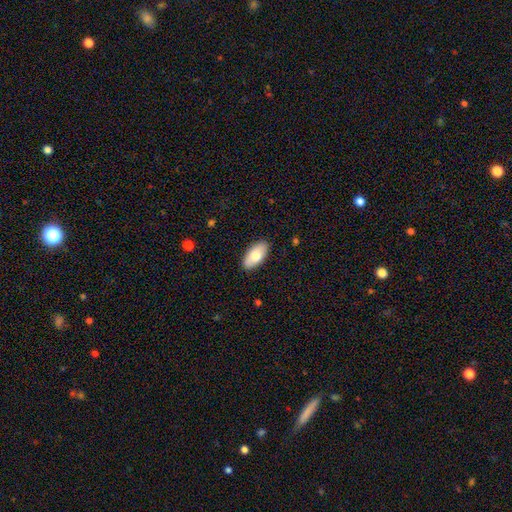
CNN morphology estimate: Overall: smooth (76%). How rounded: in between (93%). Merging: none (88%).